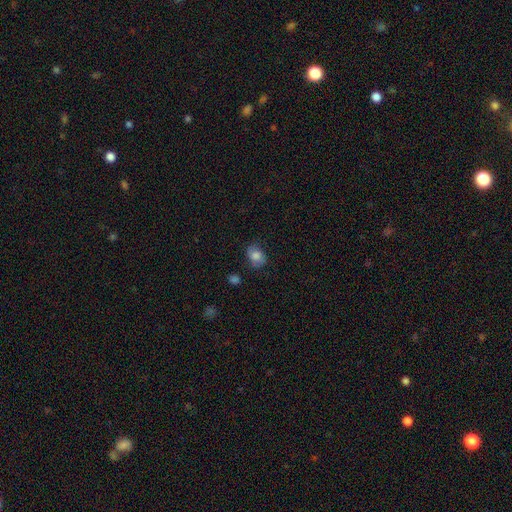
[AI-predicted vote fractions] A smooth galaxy with no disk features (80%) that is in between round and cigar-shaped (63%). Merging: none (67%).